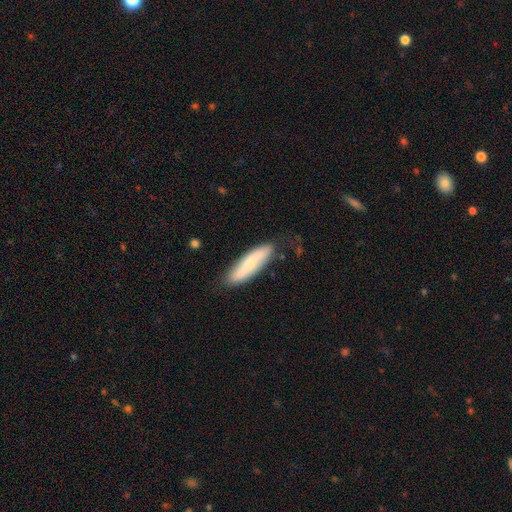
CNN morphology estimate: Q: Smooth or featured?
A: smooth (69%); runner-up: featured or disk (25%)
Q: How rounded?
A: cigar-shaped (61%); runner-up: in between (37%)
Q: Merging?
A: none (76%); runner-up: minor disturbance (18%)